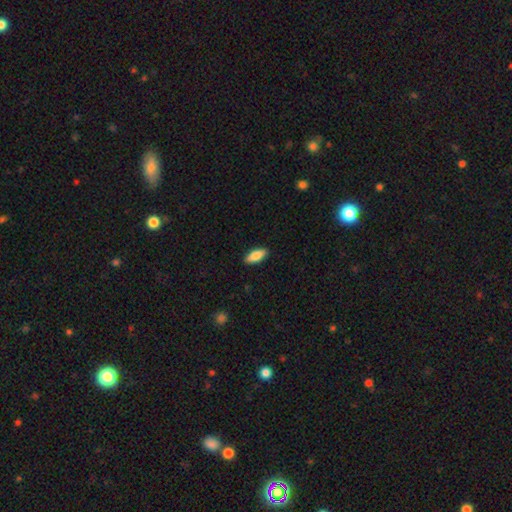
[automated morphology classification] This appears to be a smooth galaxy with no disk features (83%) that is in between round and cigar-shaped (78%). Merging: none (90%).